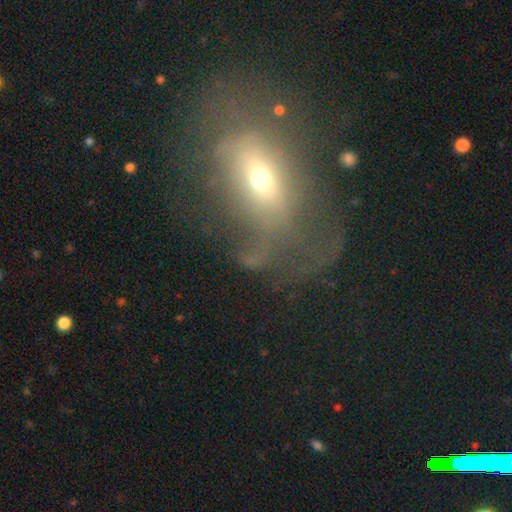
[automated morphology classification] Q: Smooth or featured?
A: featured or disk (44%); runner-up: smooth (36%)
Q: Merging?
A: major disturbance (50%); runner-up: none (28%)